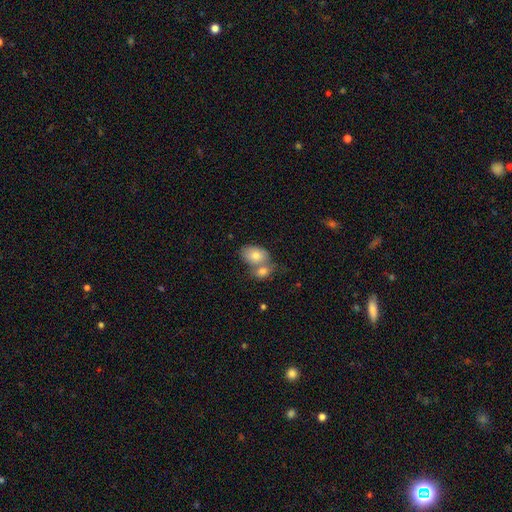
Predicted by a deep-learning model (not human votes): The model was most divided on "merging": merger: 55%, none: 32%, minor disturbance: 10%, major disturbance: 4%. More confident: how rounded — in between (80%); smooth or featured — smooth (78%).